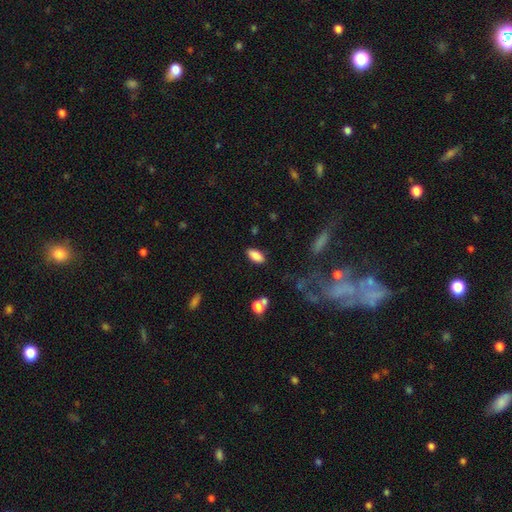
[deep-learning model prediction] Q: Smooth or featured?
A: smooth (86%); runner-up: star or artifact (8%)
Q: How rounded?
A: in between (88%); runner-up: cigar-shaped (10%)
Q: Merging?
A: none (84%); runner-up: minor disturbance (11%)